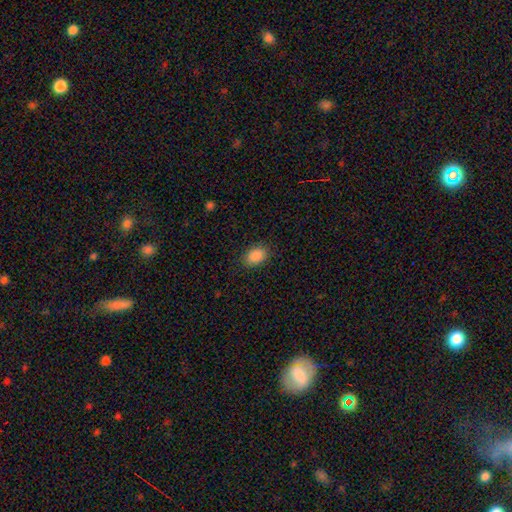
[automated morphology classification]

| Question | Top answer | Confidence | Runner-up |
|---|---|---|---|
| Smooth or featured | smooth | 89% | star or artifact (8%) |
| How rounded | in between | 81% | round (18%) |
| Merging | none | 87% | minor disturbance (9%) |